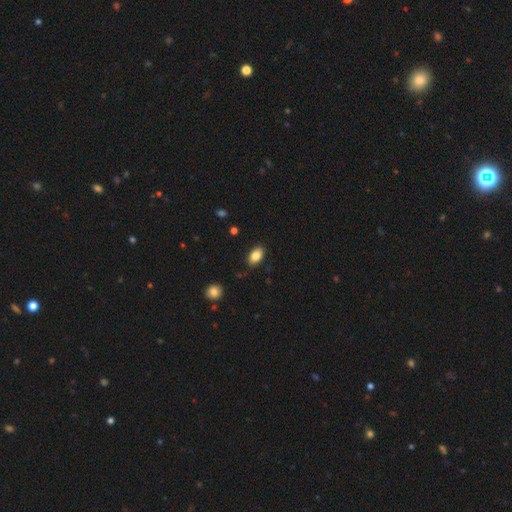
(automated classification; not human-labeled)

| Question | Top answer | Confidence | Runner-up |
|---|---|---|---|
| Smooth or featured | smooth | 84% | featured or disk (8%) |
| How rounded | in between | 91% | round (7%) |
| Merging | none | 86% | minor disturbance (10%) |